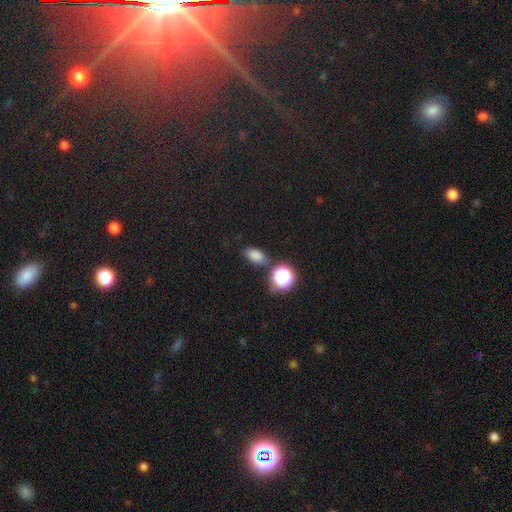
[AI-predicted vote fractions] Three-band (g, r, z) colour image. It shows a smooth galaxy with no disk features (77%) that is in between round and cigar-shaped (82%). Merging: none (75%).